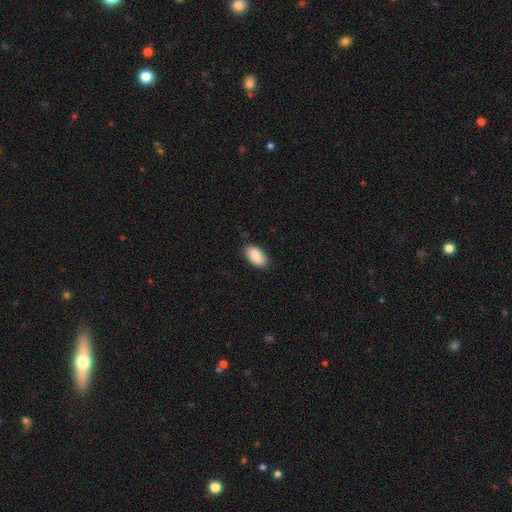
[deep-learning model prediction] This is clearly a smooth galaxy (90%). How rounded: clearly in between (95%). Merging: clearly none (86%).